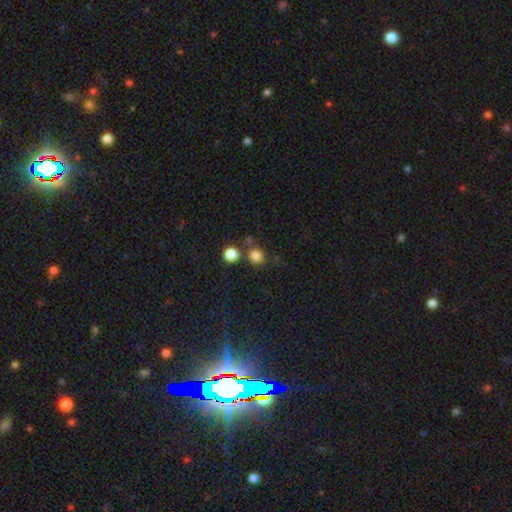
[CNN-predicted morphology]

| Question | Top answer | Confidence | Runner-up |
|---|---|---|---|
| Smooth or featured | smooth | 81% | star or artifact (14%) |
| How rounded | round | 87% | in between (12%) |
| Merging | none | 71% | merger (17%) |